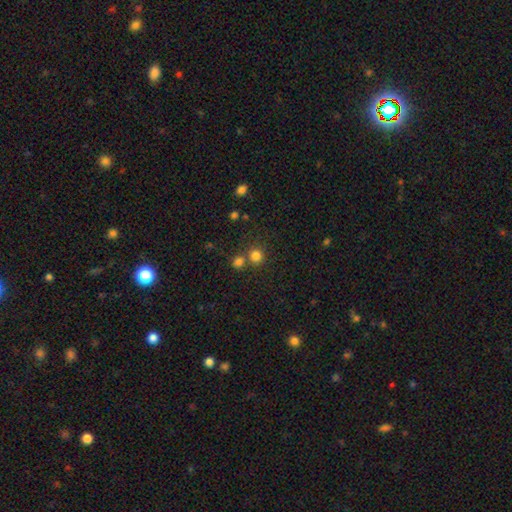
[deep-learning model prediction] smooth_or_featured: smooth (p=0.80) [alt: star or artifact p=0.14]
how_rounded: round (p=0.90) [alt: in between p=0.09]
merging: none (p=0.66) [alt: merger p=0.23]